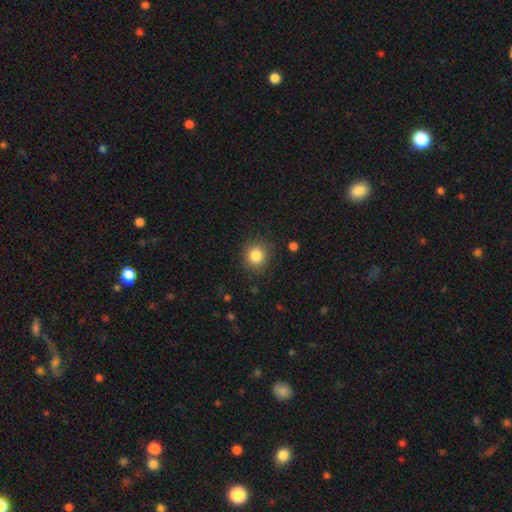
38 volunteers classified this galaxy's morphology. Smooth or featured?
  - smooth: 92% *
  - star or artifact: 5%
  - featured or disk: 3%
How rounded?
  - round: 100% *
  - in between: 0%
  - cigar-shaped: 0%
Merging?
  - none: 86% *
  - minor disturbance: 6%
  - major disturbance: 6%
  - merger: 3%